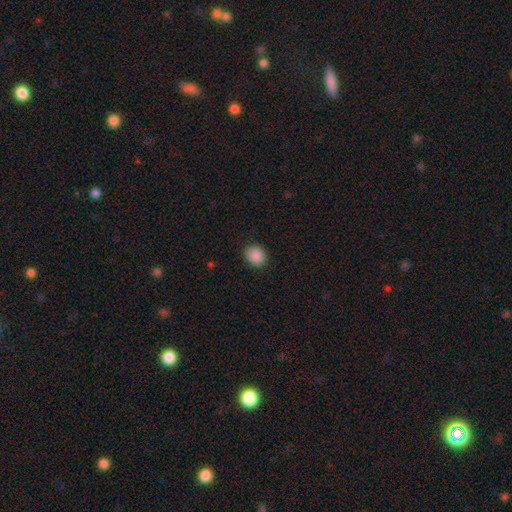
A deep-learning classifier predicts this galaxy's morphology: smooth 89%, star or artifact 8%, featured or disk 3%. Down the decision tree: how rounded — round (60%); merging — none (87%).